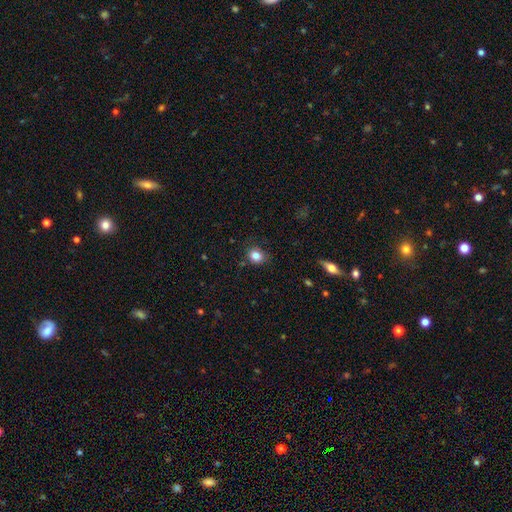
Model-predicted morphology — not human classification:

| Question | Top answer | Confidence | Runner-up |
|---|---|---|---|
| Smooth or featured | smooth | 83% | star or artifact (11%) |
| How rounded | round | 71% | in between (28%) |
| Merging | none | 79% | minor disturbance (16%) |